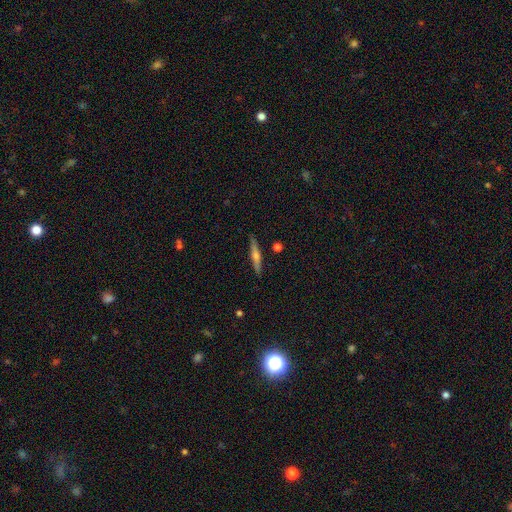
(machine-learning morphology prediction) Smooth or featured? featured or disk (65%)
Edge-on disk? yes (97%)
Edge-on bulge? rounded (85%)
Merging? none (89%)